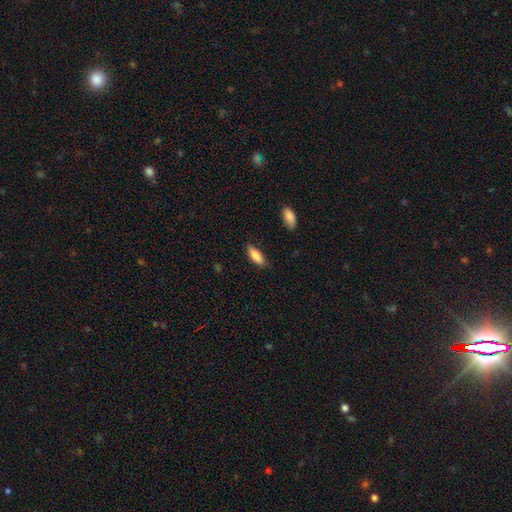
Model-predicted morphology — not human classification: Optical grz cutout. It shows a smooth galaxy with no disk features (86%) that is in between round and cigar-shaped (72%). Merging: none (83%).